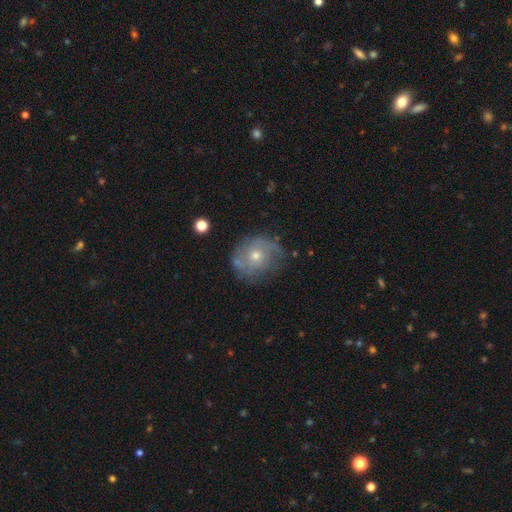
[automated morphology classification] smooth-or-featured: featured or disk: 59% | smooth: 30% | star or artifact: 10%
  disk-edge-on: no: 96% | yes: 4%
    bar: no: 82% | weak: 15% | strong: 3%
    has-spiral-arms: yes: 70% | no: 30%
    bulge-size: moderate: 53% | small: 43% | large: 2% | none: 1% | dominant: 1%
  merging: none: 68% | minor disturbance: 22% | major disturbance: 8% | merger: 3%